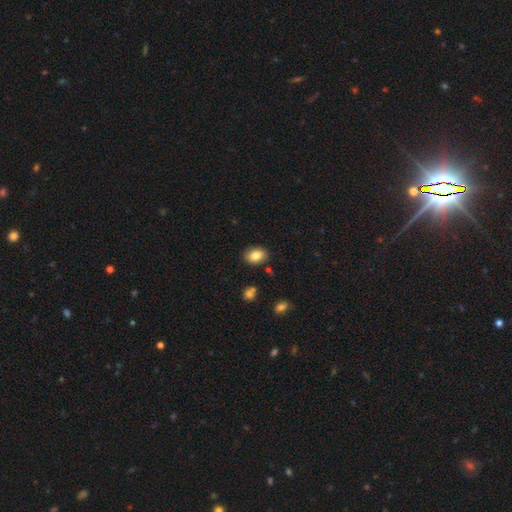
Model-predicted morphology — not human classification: smooth 84%, star or artifact 8%, featured or disk 8%. Down the decision tree: how rounded — in between (73%); merging — none (86%).